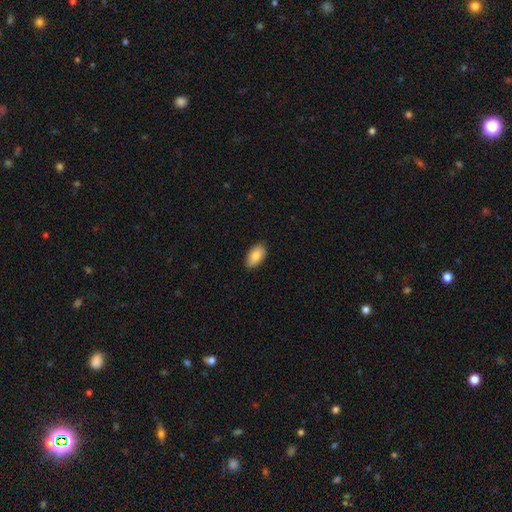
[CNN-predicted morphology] smooth-or-featured: smooth: 84% | featured or disk: 10% | star or artifact: 6%
  how-rounded: in between: 94% | round: 4% | cigar-shaped: 2%
  merging: none: 88% | minor disturbance: 9% | major disturbance: 2% | merger: 1%